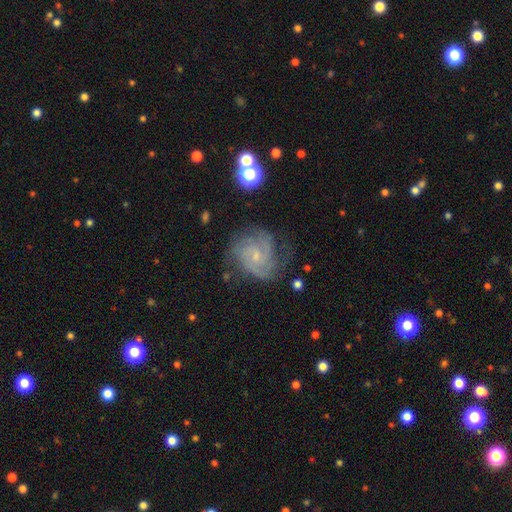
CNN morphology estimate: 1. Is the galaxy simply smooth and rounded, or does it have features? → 79% featured or disk, 13% smooth, 8% star or artifact.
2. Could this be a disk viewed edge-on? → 98% no, 2% yes.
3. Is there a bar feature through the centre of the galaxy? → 61% no, 35% weak, 5% strong.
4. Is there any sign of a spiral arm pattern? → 94% yes, 6% no.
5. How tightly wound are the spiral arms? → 51% tight, 39% medium, 10% loose.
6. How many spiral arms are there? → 28% can't tell, 27% 3, 27% 2, 8% 4, 5% 1, 5% more than 4.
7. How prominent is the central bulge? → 70% small, 21% moderate, 6% none, 1% large, 1% dominant.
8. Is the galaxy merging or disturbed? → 61% none, 24% minor disturbance, 13% major disturbance, 2% merger.